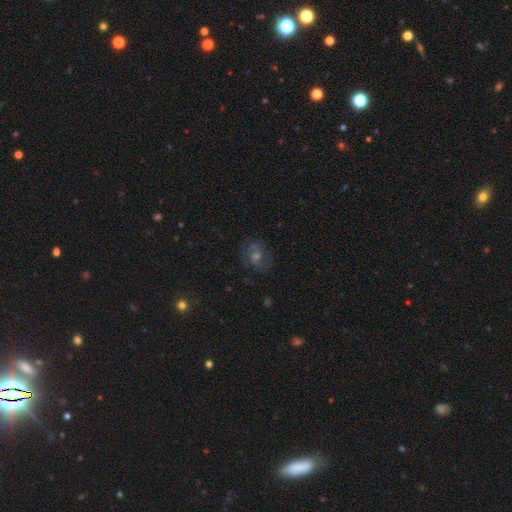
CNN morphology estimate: A featured or disk galaxy (43%).

Vote fractions:
- Smooth or featured? featured or disk: 43% / smooth: 32% / star or artifact: 25%
- Merging? none: 79% / minor disturbance: 13% / major disturbance: 6% / merger: 1%